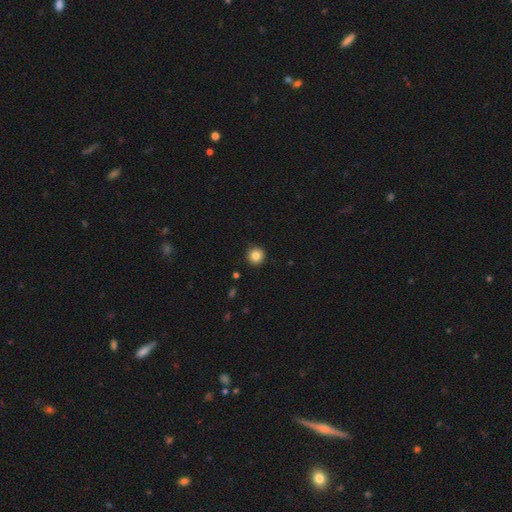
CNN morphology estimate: Q: Smooth or featured?
A: smooth (83%); runner-up: star or artifact (10%)
Q: How rounded?
A: round (95%); runner-up: in between (4%)
Q: Merging?
A: none (90%); runner-up: minor disturbance (7%)